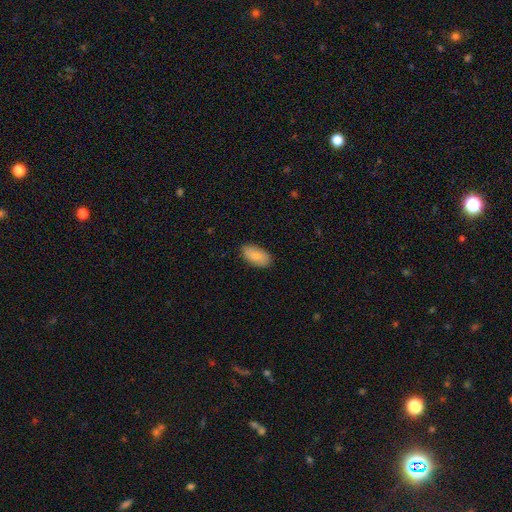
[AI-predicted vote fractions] Smooth or featured?
  - smooth: 87% *
  - featured or disk: 7%
  - star or artifact: 6%
How rounded?
  - in between: 94% *
  - cigar-shaped: 3%
  - round: 3%
Merging?
  - none: 84% *
  - minor disturbance: 13%
  - major disturbance: 2%
  - merger: 1%